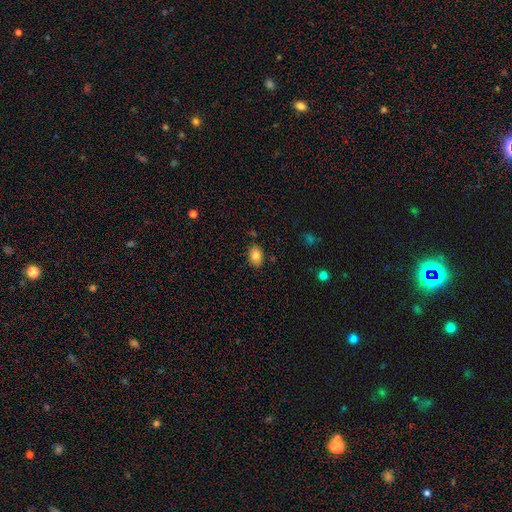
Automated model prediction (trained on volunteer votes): smooth_or_featured: smooth (p=0.82) [alt: featured or disk p=0.09]
how_rounded: in between (p=0.77) [alt: round p=0.22]
merging: none (p=0.83) [alt: minor disturbance p=0.12]